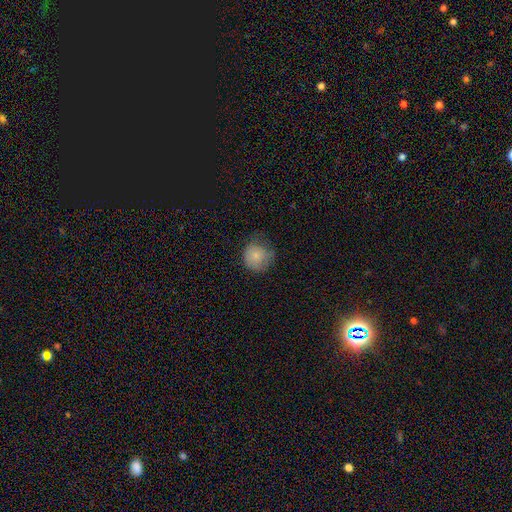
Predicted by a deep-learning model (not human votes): Smooth or featured?
  - smooth: 80% *
  - featured or disk: 11%
  - star or artifact: 9%
How rounded?
  - round: 88% *
  - in between: 11%
  - cigar-shaped: 1%
Merging?
  - none: 56% *
  - minor disturbance: 32%
  - major disturbance: 11%
  - merger: 1%